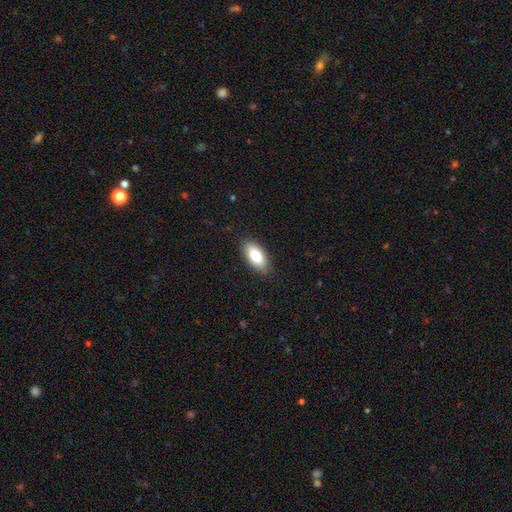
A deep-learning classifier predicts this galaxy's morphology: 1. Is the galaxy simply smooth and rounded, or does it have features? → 81% smooth, 12% featured or disk, 6% star or artifact.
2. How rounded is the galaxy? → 90% in between, 8% cigar-shaped, 3% round.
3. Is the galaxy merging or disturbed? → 86% none, 11% minor disturbance, 2% major disturbance, 1% merger.